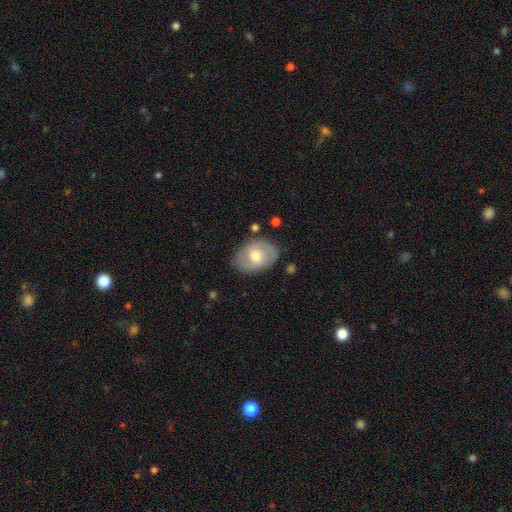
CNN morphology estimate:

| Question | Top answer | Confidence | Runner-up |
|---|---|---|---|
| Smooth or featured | featured or disk | 49% | smooth (45%) |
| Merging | none | 78% | minor disturbance (15%) |